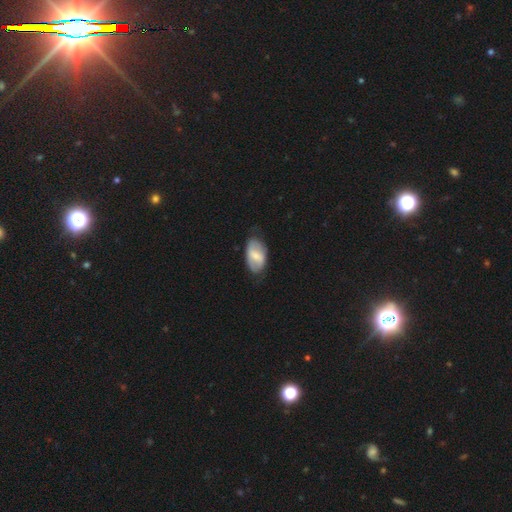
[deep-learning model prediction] smooth-or-featured: smooth: 54% | featured or disk: 39% | star or artifact: 6%
  how-rounded: in between: 92% | round: 5% | cigar-shaped: 2%
  merging: none: 66% | minor disturbance: 25% | major disturbance: 7% | merger: 1%